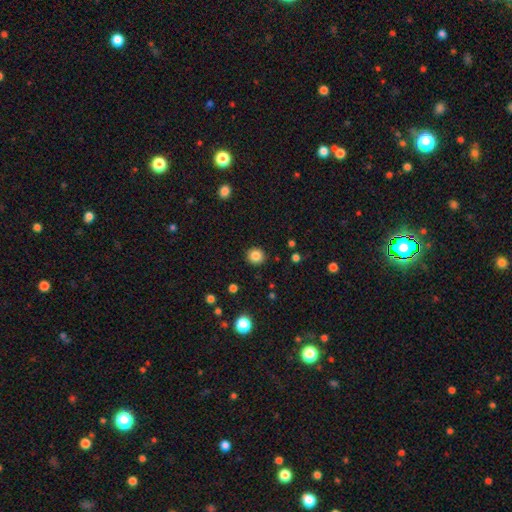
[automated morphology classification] Smooth or featured: smooth — 85% (star or artifact — 11%)
How rounded: round — 93% (in between — 6%)
Merging: none — 92% (minor disturbance — 5%)